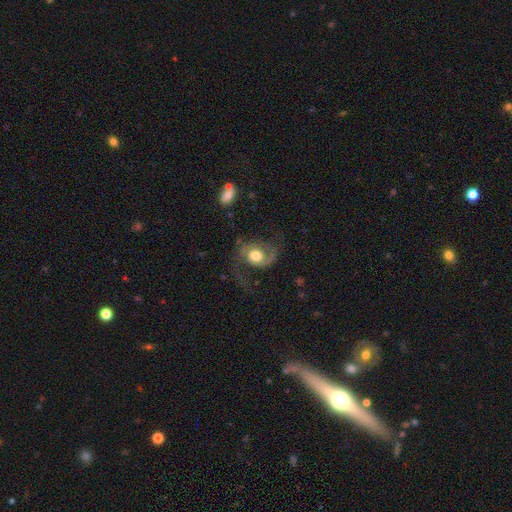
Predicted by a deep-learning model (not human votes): smooth-or-featured: featured or disk: 70% | smooth: 23% | star or artifact: 7%
  disk-edge-on: no: 97% | yes: 3%
    bar: no: 72% | weak: 23% | strong: 5%
    has-spiral-arms: yes: 90% | no: 10%
      spiral-winding: loose: 45% | medium: 41% | tight: 14%
      spiral-arm-count: 2: 68% | 1: 24% | can't tell: 4% | 3: 2% | 4: 1% | more than 4: 1%
    bulge-size: moderate: 55% | large: 34% | small: 6% | dominant: 4% | none: 1%
  merging: none: 46% | major disturbance: 33% | minor disturbance: 19% | merger: 2%